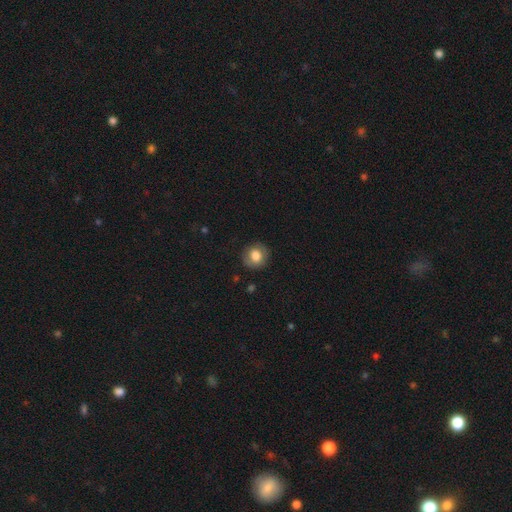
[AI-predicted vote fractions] The model was most divided on "smooth or featured": smooth: 78%, featured or disk: 13%, star or artifact: 9%. More confident: merging — none (86%); how rounded — round (83%).